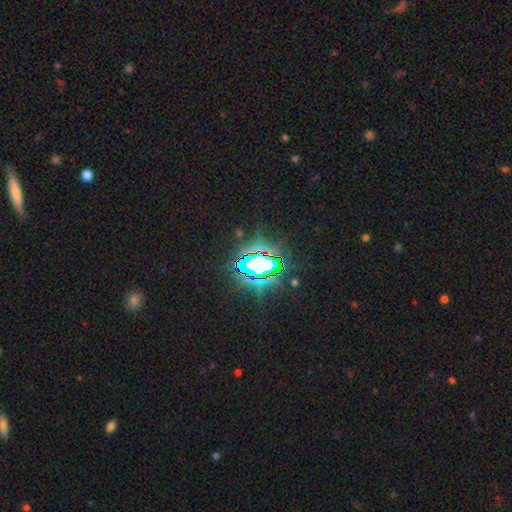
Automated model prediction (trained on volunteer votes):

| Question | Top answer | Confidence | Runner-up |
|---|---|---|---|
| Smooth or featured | star or artifact | 82% | smooth (11%) |